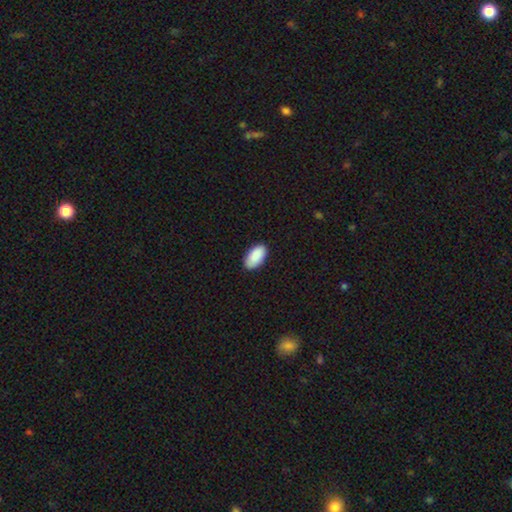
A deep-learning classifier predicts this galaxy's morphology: Smooth or featured?
  - smooth: 90% *
  - star or artifact: 6%
  - featured or disk: 4%
How rounded?
  - in between: 96% *
  - round: 2%
  - cigar-shaped: 2%
Merging?
  - none: 87% *
  - minor disturbance: 10%
  - major disturbance: 2%
  - merger: 1%